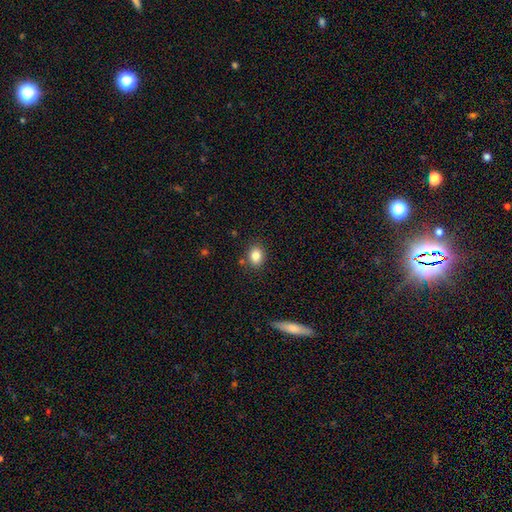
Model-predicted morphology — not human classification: smooth-or-featured: smooth: 83% | star or artifact: 10% | featured or disk: 7%
  how-rounded: round: 55% | in between: 44% | cigar-shaped: 1%
  merging: none: 84% | minor disturbance: 10% | merger: 4% | major disturbance: 3%